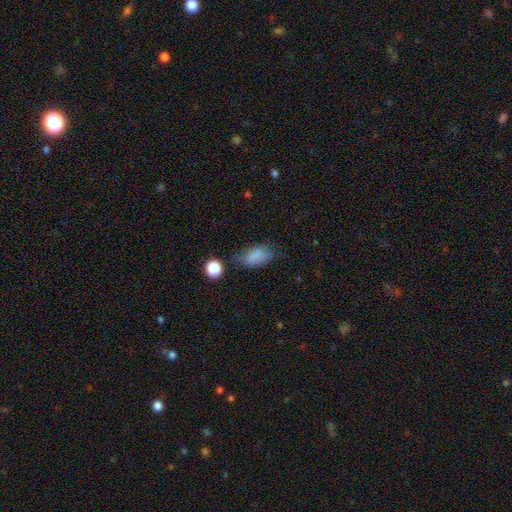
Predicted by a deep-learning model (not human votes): smooth-or-featured: smooth: 80% | star or artifact: 11% | featured or disk: 9%
  how-rounded: in between: 88% | round: 10% | cigar-shaped: 3%
  merging: none: 53% | minor disturbance: 31% | major disturbance: 12% | merger: 5%